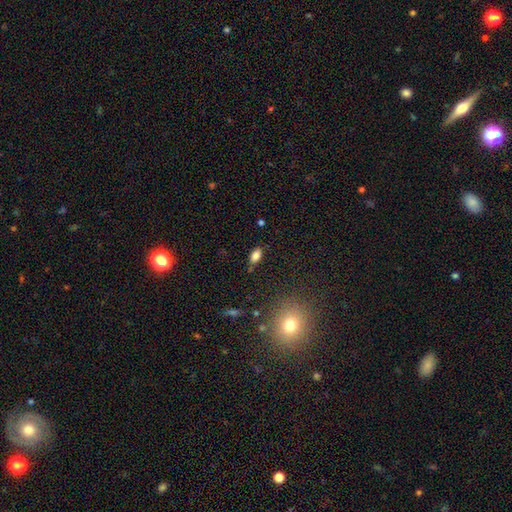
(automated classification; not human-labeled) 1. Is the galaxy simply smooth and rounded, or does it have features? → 82% smooth, 10% star or artifact, 8% featured or disk.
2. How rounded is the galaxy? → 90% in between, 6% round, 5% cigar-shaped.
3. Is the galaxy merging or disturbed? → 80% none, 13% minor disturbance, 3% merger, 3% major disturbance.